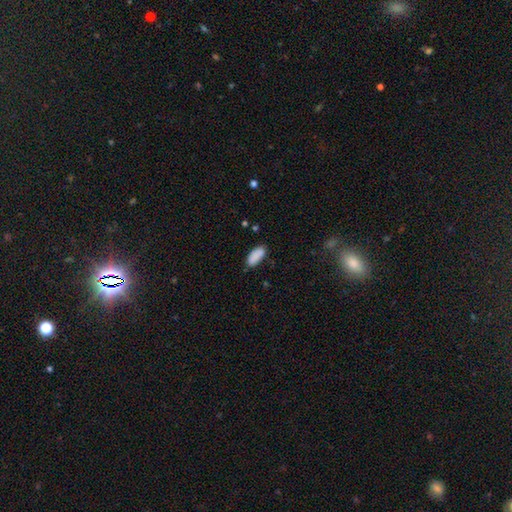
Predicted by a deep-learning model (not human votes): Morphology: type=smooth (88%); roundness=in between (86%); merging=none (77%).